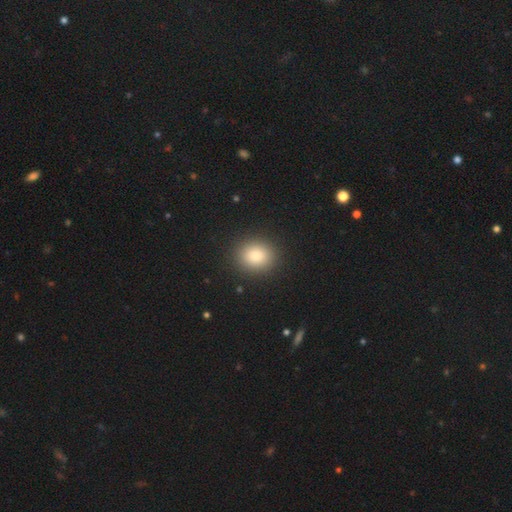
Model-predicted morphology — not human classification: Q: Smooth or featured?
A: smooth (85%); runner-up: star or artifact (10%)
Q: How rounded?
A: round (68%); runner-up: in between (31%)
Q: Merging?
A: none (90%); runner-up: minor disturbance (6%)